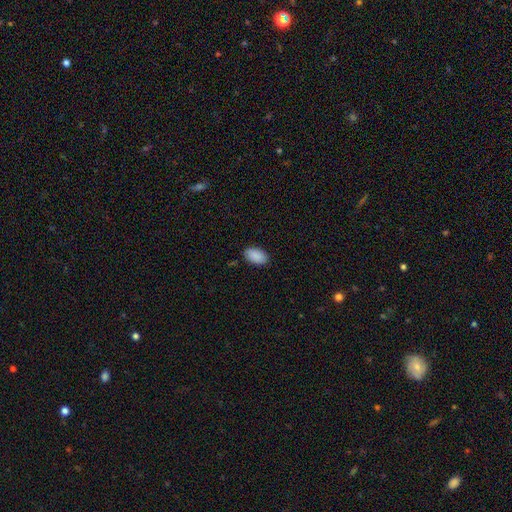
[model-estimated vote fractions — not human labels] smooth_or_featured: smooth (p=0.91) [alt: star or artifact p=0.06]
how_rounded: in between (p=0.94) [alt: round p=0.04]
merging: none (p=0.87) [alt: minor disturbance p=0.10]